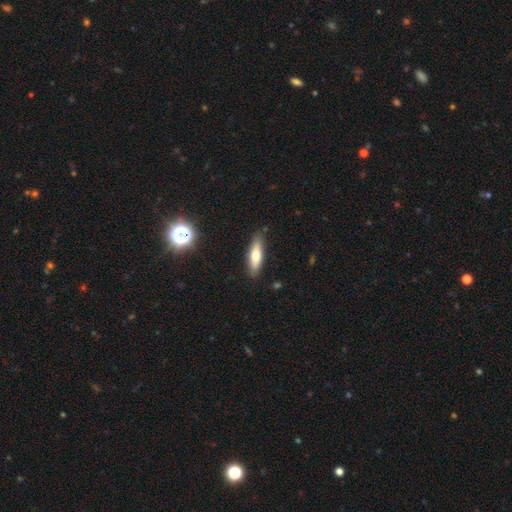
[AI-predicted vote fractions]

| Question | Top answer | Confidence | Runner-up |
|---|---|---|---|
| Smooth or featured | smooth | 65% | featured or disk (28%) |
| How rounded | cigar-shaped | 58% | in between (40%) |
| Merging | none | 84% | minor disturbance (12%) |